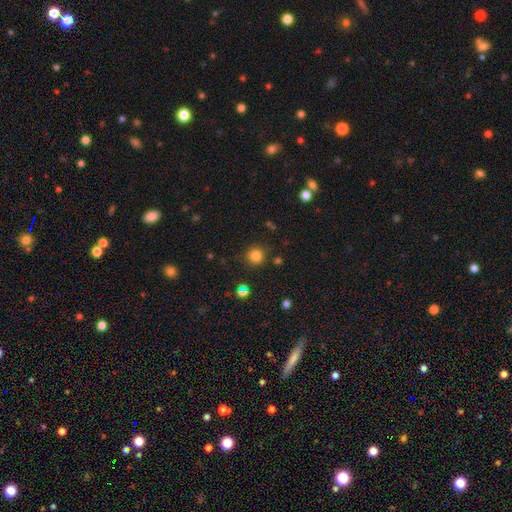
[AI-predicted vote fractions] Smooth or featured?
  - smooth: 80% *
  - star or artifact: 15%
  - featured or disk: 5%
How rounded?
  - round: 93% *
  - in between: 6%
  - cigar-shaped: 1%
Merging?
  - none: 86% *
  - minor disturbance: 8%
  - merger: 3%
  - major disturbance: 3%